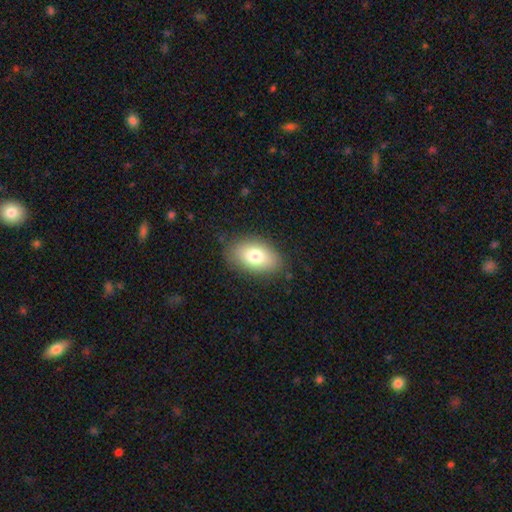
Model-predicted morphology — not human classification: This is likely a smooth galaxy (79%). How rounded: clearly in between (90%). Merging: clearly none (83%).